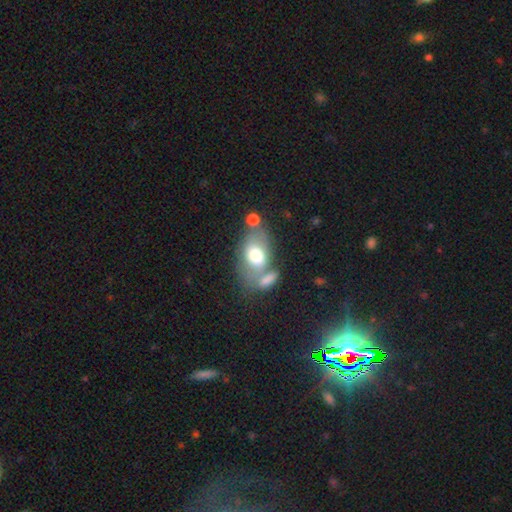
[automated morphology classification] A smooth galaxy with no disk features (68%) that is in between round and cigar-shaped (86%).

Vote fractions:
- Smooth or featured? smooth: 68% / featured or disk: 24% / star or artifact: 8%
- How rounded? in between: 86% / round: 12% / cigar-shaped: 2%
- Merging? none: 41% / merger: 33% / minor disturbance: 16% / major disturbance: 10%